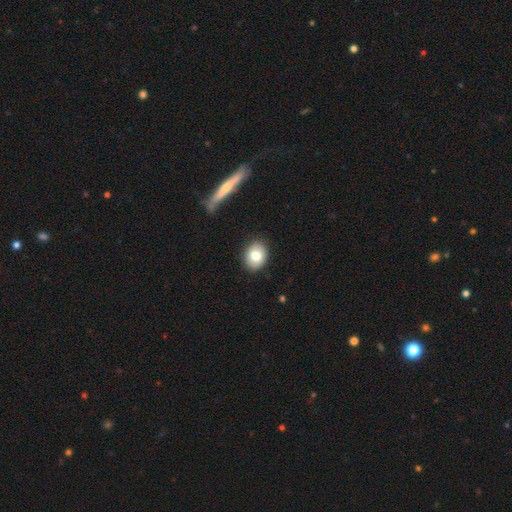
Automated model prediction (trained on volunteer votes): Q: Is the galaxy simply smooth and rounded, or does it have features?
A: smooth — 78%.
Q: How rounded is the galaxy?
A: round — 50%.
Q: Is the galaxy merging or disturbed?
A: none — 88%.